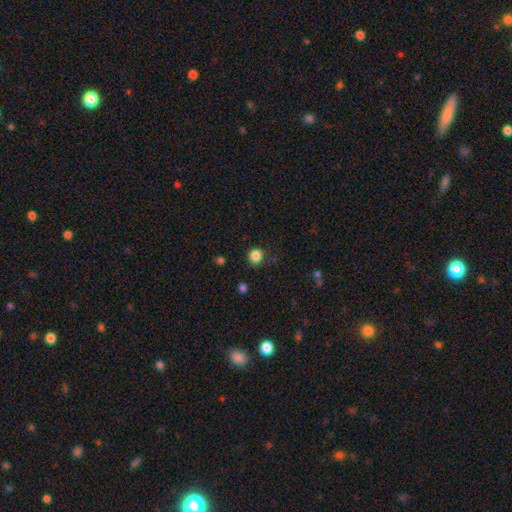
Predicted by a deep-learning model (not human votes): smooth-or-featured: smooth: 85% | star or artifact: 11% | featured or disk: 3%
  how-rounded: round: 87% | in between: 12% | cigar-shaped: 1%
  merging: none: 86% | minor disturbance: 10% | major disturbance: 3% | merger: 1%